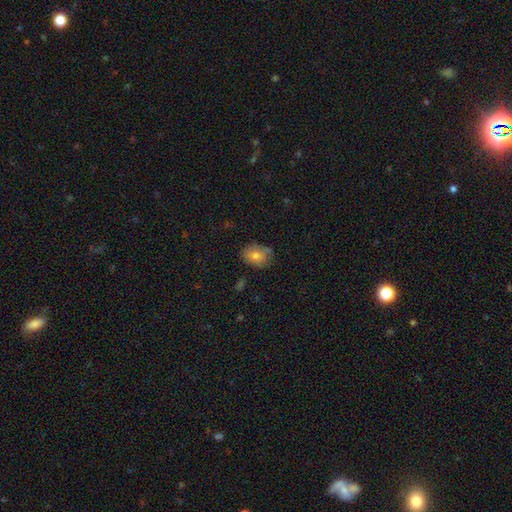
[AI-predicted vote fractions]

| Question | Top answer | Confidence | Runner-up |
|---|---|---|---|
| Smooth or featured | smooth | 78% | featured or disk (13%) |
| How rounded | in between | 64% | round (34%) |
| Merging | none | 71% | minor disturbance (21%) |